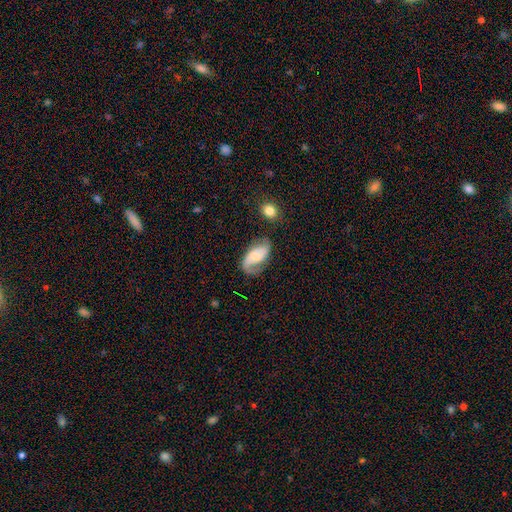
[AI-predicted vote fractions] Morphology: type=featured or disk (70%); edge-on=no (96%); bar=no (43%); spiral arms=yes (92%); winding=medium (42%); arm count=2 (65%); bulge=small (34%); merging=none (54%).